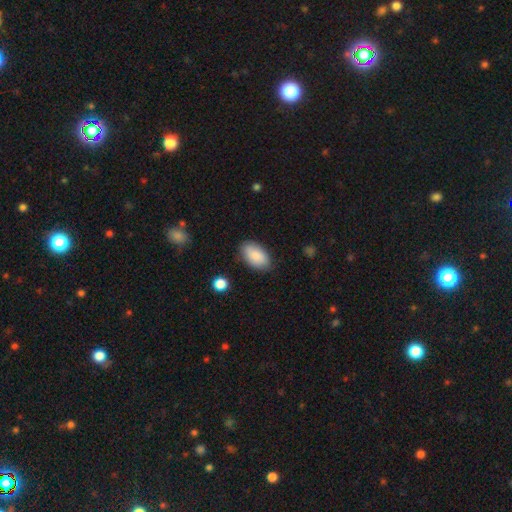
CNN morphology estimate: Smooth or featured? smooth (87%)
How rounded? in between (94%)
Merging? none (82%)